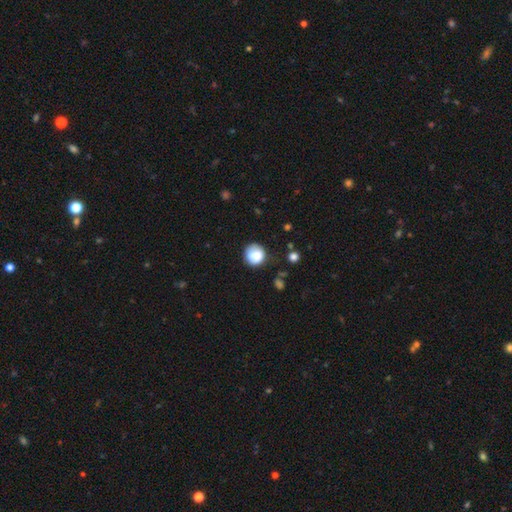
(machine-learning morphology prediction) The model was most divided on "merging": none: 67%, minor disturbance: 22%, major disturbance: 7%, merger: 3%. More confident: how rounded — round (87%); smooth or featured — smooth (82%).